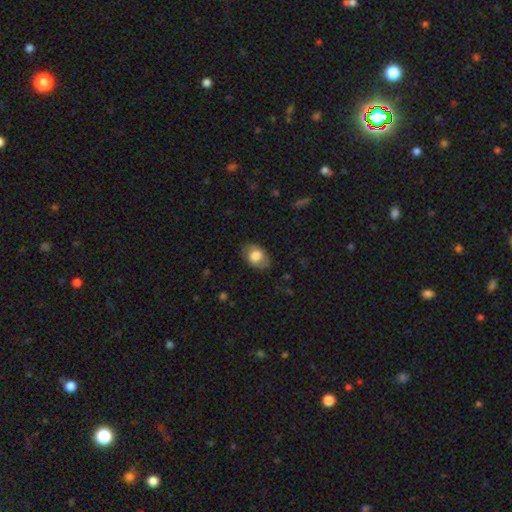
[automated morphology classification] Smooth or featured: smooth — 78% (featured or disk — 15%)
How rounded: in between — 81% (round — 17%)
Merging: none — 79% (minor disturbance — 15%)